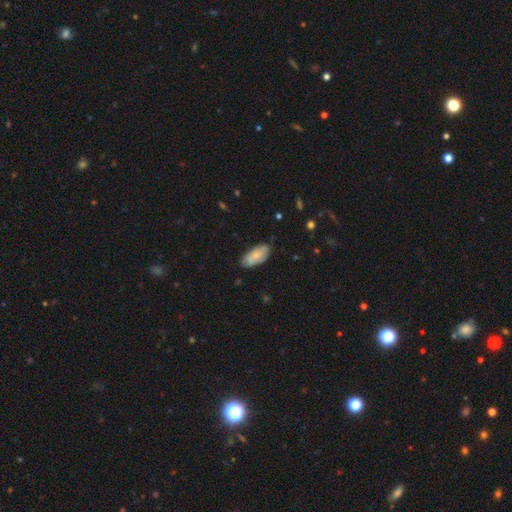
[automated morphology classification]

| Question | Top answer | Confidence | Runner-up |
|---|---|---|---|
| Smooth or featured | smooth | 66% | featured or disk (28%) |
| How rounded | in between | 91% | cigar-shaped (7%) |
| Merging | none | 72% | minor disturbance (23%) |